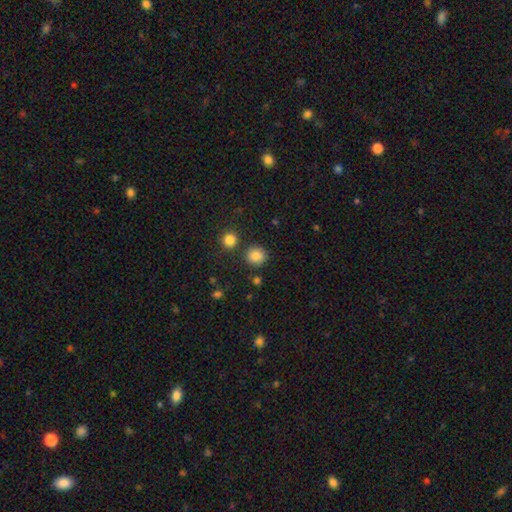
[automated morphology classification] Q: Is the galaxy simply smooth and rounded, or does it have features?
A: smooth — 85%.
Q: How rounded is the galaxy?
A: round — 88%.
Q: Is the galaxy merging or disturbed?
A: none — 84%.